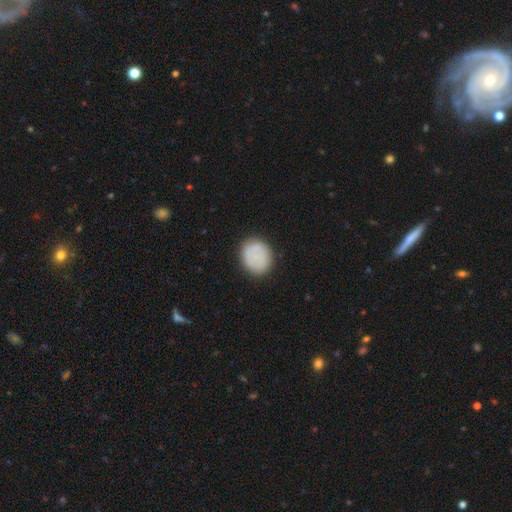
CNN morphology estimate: smooth 81%, featured or disk 12%, star or artifact 7%. Down the decision tree: how rounded — round (69%); merging — none (86%).